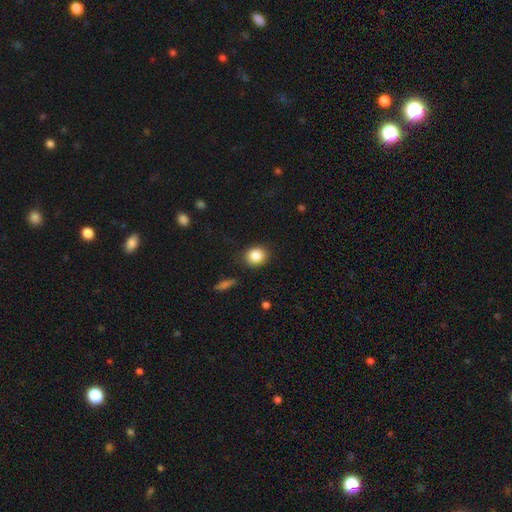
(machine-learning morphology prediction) This is clearly a smooth galaxy (84%). How rounded: likely round (68%). Merging: clearly none (87%).